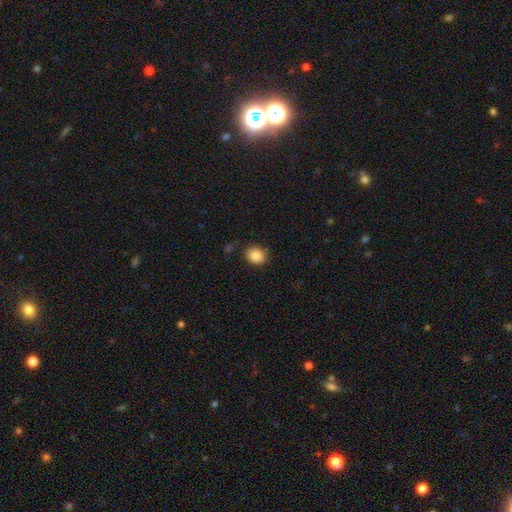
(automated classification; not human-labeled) Overall: smooth (87%). How rounded: round (68%; in between 31%). Merging: none (85%).